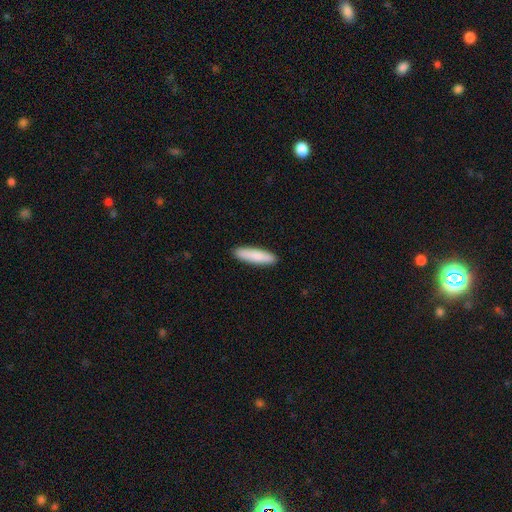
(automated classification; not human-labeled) A smooth galaxy with no disk features (85%) that is cigar-shaped (77%). Merging: none (91%).